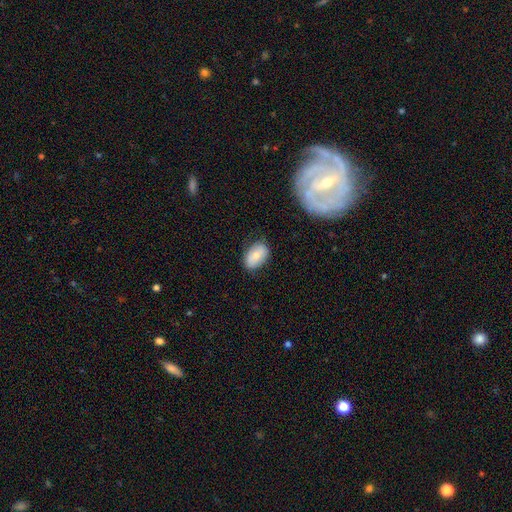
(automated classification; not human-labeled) Q: Smooth or featured?
A: smooth (76%); runner-up: featured or disk (16%)
Q: How rounded?
A: in between (90%); runner-up: round (9%)
Q: Merging?
A: none (77%); runner-up: minor disturbance (18%)